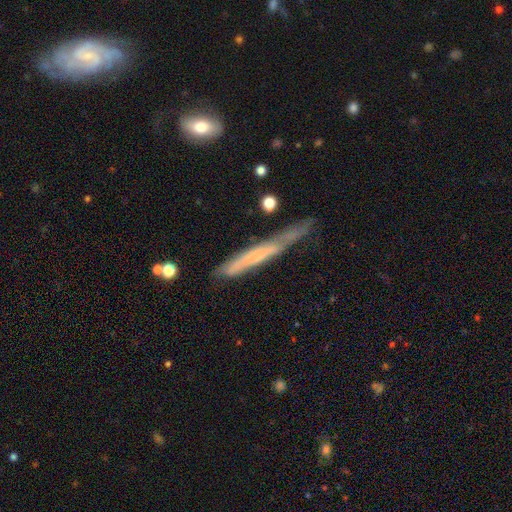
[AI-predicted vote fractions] The model was most divided on "smooth or featured": featured or disk: 49%, smooth: 43%, star or artifact: 8%. More confident: merging — none (56%).